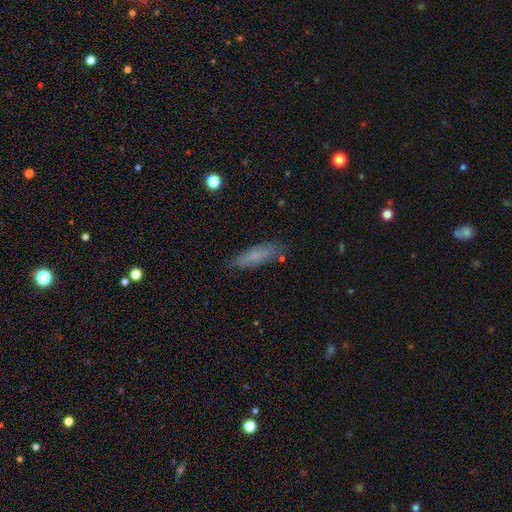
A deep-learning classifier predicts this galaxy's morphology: A smooth galaxy with no disk features (71%) that is cigar-shaped (66%).

Vote fractions:
- Smooth or featured? smooth: 71% / featured or disk: 21% / star or artifact: 8%
- How rounded? cigar-shaped: 66% / in between: 32% / round: 2%
- Merging? none: 82% / minor disturbance: 14% / major disturbance: 3% / merger: 2%